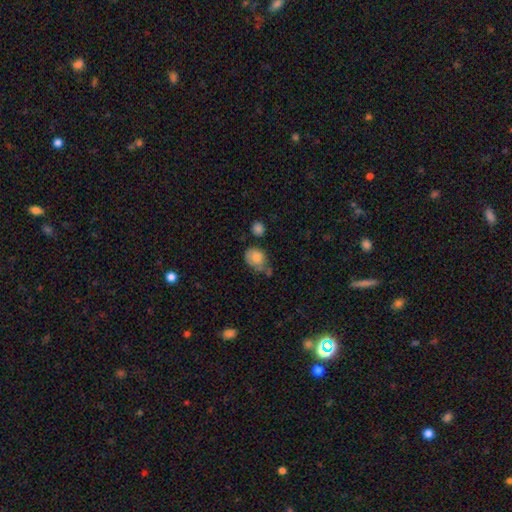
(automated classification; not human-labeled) This is likely a smooth galaxy (76%). How rounded: possibly in between (54%). Merging: possibly none (47%).